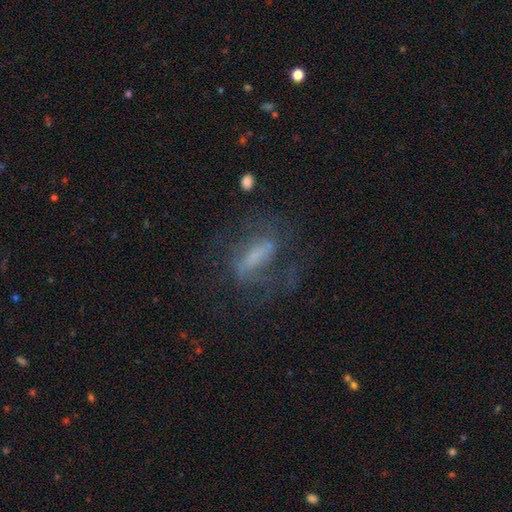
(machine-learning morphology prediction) This is possibly a featured or disk galaxy (59%). It is clearly not viewed edge-on (86%). Bar: marginally strong (43%). Spiral arm pattern: likely yes (62%). Central bulge: marginally small (34%). Merging: possibly none (51%).